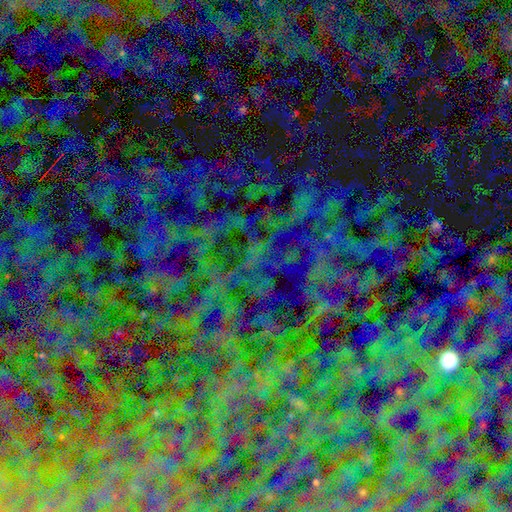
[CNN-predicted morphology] Smooth or featured: star or artifact — 78% (smooth — 11%)